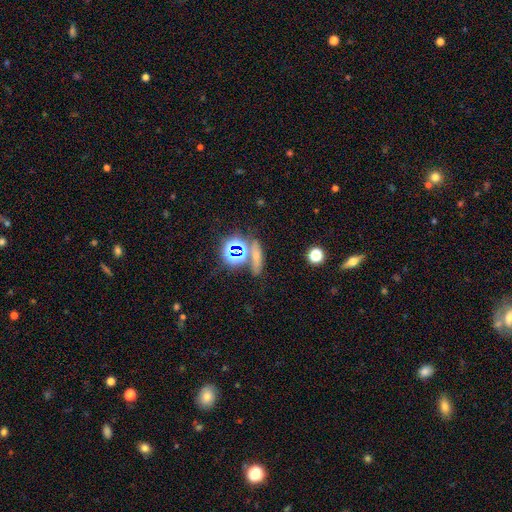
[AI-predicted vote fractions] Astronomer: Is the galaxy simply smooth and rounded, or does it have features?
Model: smooth — 51% (runner-up: star or artifact, 34%).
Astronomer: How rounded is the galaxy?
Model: cigar-shaped — 51% (runner-up: in between, 29%).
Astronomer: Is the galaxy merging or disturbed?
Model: none — 69%.